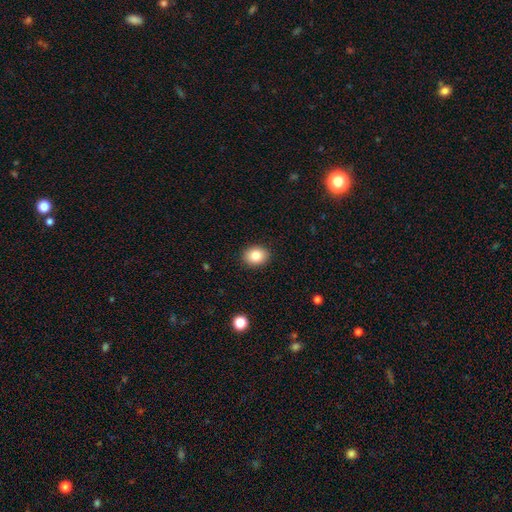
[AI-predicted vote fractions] Overall: smooth (84%). How rounded: round (53%; in between 47%). Merging: none (91%).